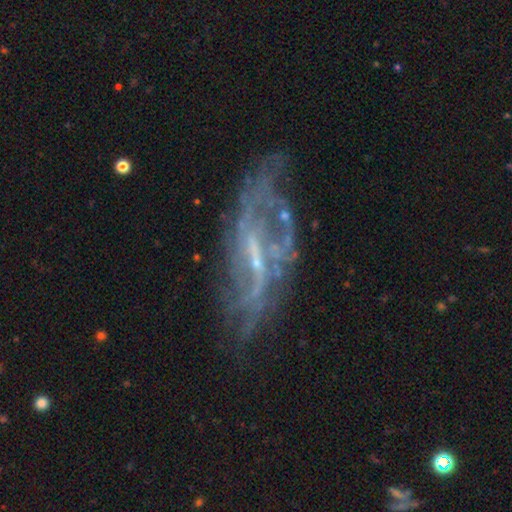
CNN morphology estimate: smooth-or-featured: featured or disk: 78% | smooth: 11% | star or artifact: 11%
  disk-edge-on: no: 83% | yes: 17%
    bar: weak: 43% | strong: 32% | no: 25%
    has-spiral-arms: yes: 65% | no: 35%
    bulge-size: small: 56% | none: 25% | moderate: 17% | large: 2% | dominant: 1%
  merging: none: 52% | major disturbance: 22% | minor disturbance: 21% | merger: 4%